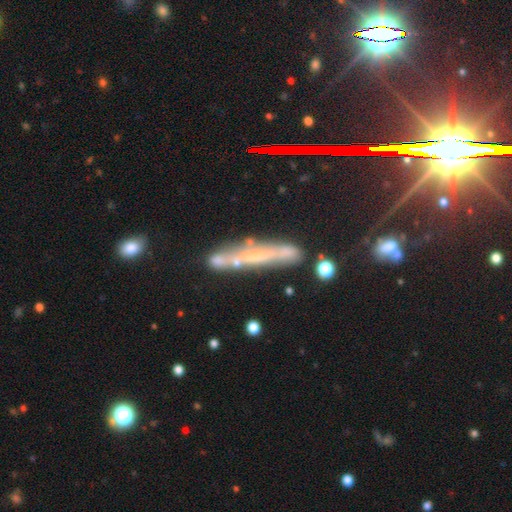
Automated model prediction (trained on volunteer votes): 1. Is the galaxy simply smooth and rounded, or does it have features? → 56% featured or disk, 30% smooth, 14% star or artifact.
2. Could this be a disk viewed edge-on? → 72% yes, 28% no.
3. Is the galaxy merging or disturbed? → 62% none, 21% minor disturbance, 10% merger, 7% major disturbance.